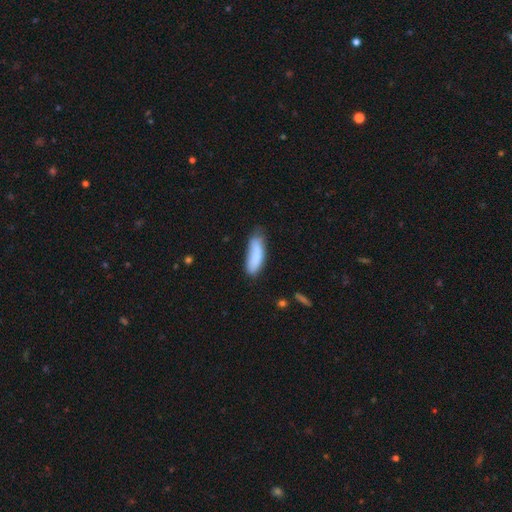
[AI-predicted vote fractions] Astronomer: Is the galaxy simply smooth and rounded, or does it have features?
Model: smooth — 82%.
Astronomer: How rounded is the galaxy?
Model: in between — 56% (runner-up: cigar-shaped, 42%).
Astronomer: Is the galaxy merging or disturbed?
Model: none — 52% (runner-up: minor disturbance, 35%).